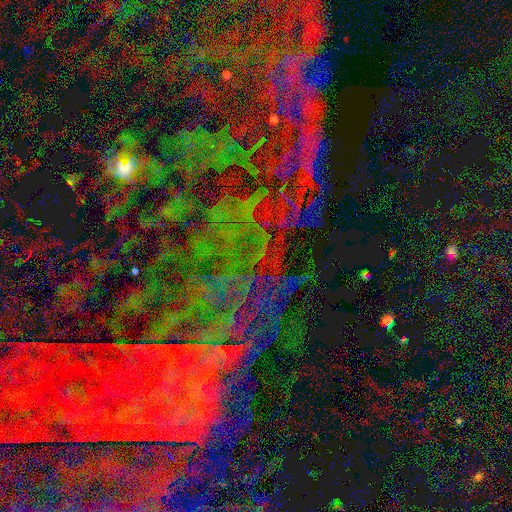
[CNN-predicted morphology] star or artifact 79%, featured or disk 11%, smooth 10%.